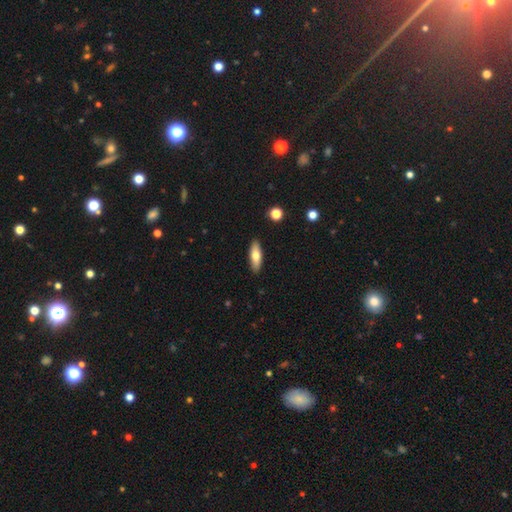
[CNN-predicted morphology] Smooth or featured: smooth — 70% (featured or disk — 24%)
How rounded: in between — 55% (cigar-shaped — 43%)
Merging: none — 89% (minor disturbance — 8%)